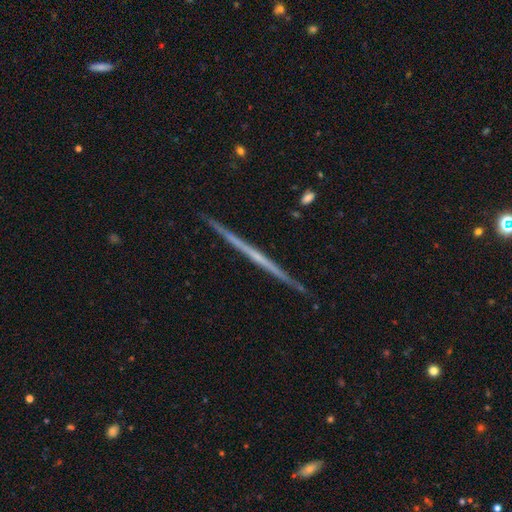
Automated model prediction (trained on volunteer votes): Overall: featured or disk (73%). Edge-on disk: yes (98%). Edge-on bulge: none (83%). Merging: none (92%).